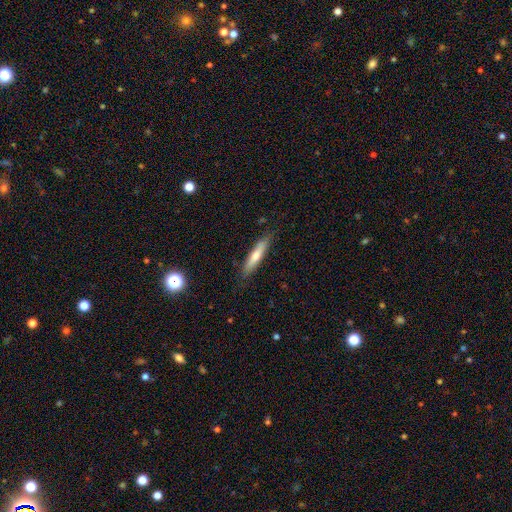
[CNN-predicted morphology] Smooth or featured: smooth — 61% (featured or disk — 32%)
How rounded: cigar-shaped — 87% (in between — 12%)
Merging: none — 84% (minor disturbance — 12%)